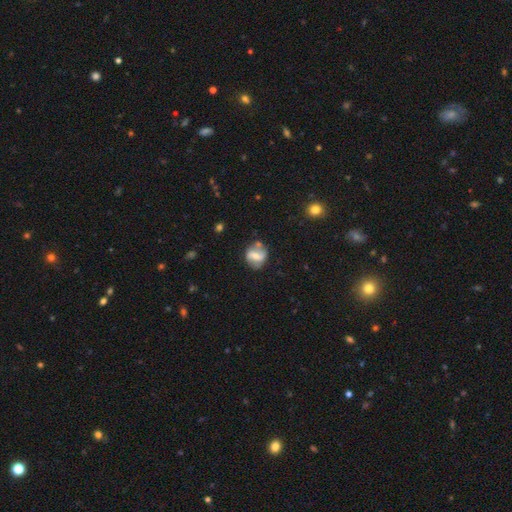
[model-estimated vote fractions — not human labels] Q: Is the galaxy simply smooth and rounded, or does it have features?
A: featured or disk — 54%.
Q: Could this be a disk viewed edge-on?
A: no — 95%.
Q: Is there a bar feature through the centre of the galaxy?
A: strong — 39%.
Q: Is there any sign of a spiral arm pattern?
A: yes — 62%.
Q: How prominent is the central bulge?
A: moderate — 52%.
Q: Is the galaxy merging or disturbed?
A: none — 67%.